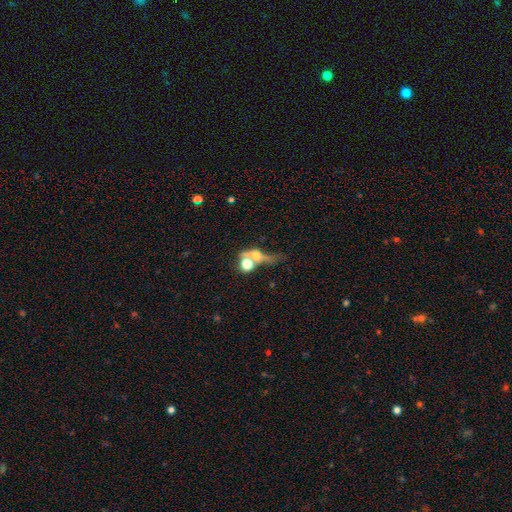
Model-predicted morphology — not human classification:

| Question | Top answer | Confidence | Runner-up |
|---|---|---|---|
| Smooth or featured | smooth | 47% | featured or disk (36%) |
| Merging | merger | 41% | none (29%) |